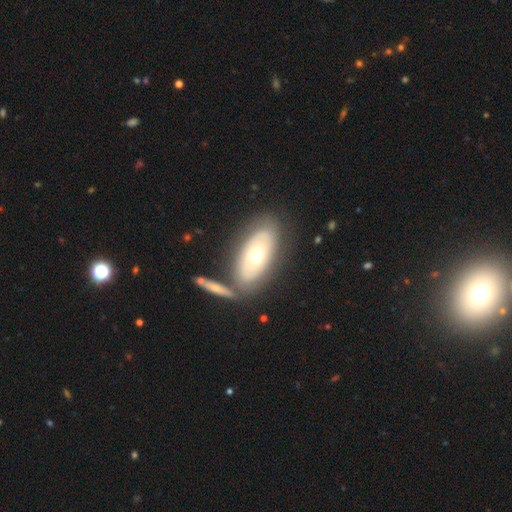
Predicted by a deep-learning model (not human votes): This appears to be a featured or disk galaxy (52%). Merging: none (64%).